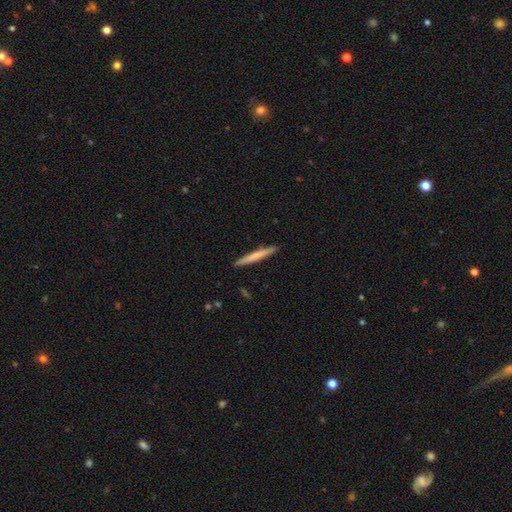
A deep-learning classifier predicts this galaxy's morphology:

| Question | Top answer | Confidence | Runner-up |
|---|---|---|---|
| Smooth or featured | smooth | 66% | featured or disk (29%) |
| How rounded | cigar-shaped | 96% | in between (2%) |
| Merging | none | 92% | minor disturbance (6%) |